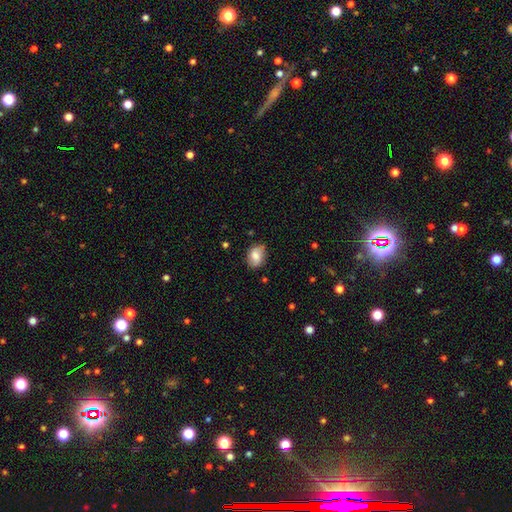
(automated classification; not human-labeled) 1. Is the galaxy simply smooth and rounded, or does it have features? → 74% smooth, 18% featured or disk, 8% star or artifact.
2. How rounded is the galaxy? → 75% in between, 24% round, 1% cigar-shaped.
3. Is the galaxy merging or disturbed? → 72% none, 22% minor disturbance, 4% major disturbance, 2% merger.